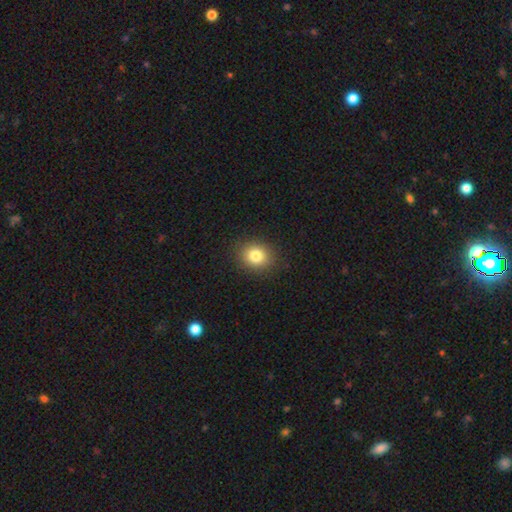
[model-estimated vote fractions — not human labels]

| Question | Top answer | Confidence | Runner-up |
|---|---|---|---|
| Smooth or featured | smooth | 82% | star or artifact (11%) |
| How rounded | round | 65% | in between (34%) |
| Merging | none | 90% | minor disturbance (7%) |